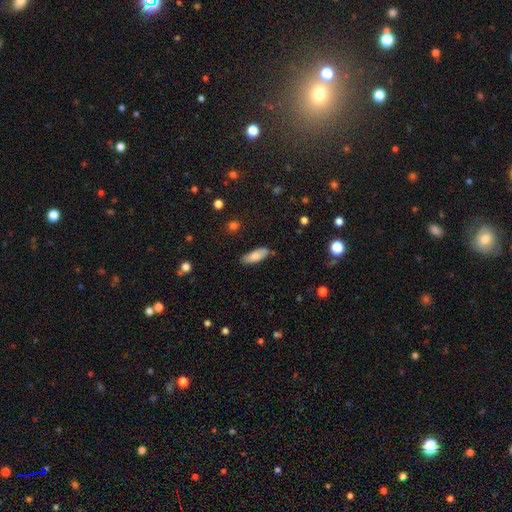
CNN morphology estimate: Q: Smooth or featured?
A: smooth (80%); runner-up: featured or disk (14%)
Q: How rounded?
A: in between (72%); runner-up: cigar-shaped (26%)
Q: Merging?
A: none (79%); runner-up: minor disturbance (16%)